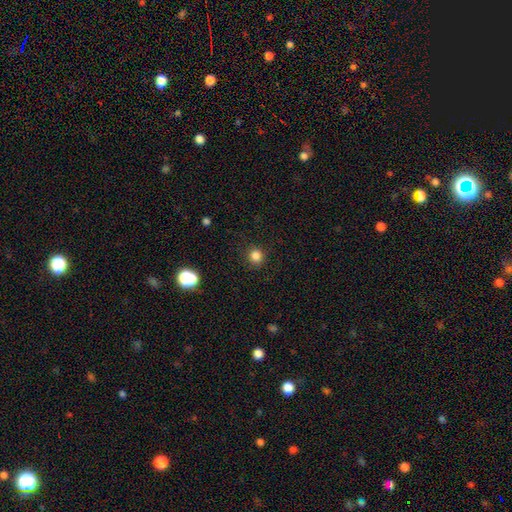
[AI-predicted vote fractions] Smooth or featured: smooth — 83% (star or artifact — 13%)
How rounded: round — 90% (in between — 9%)
Merging: none — 89% (minor disturbance — 7%)